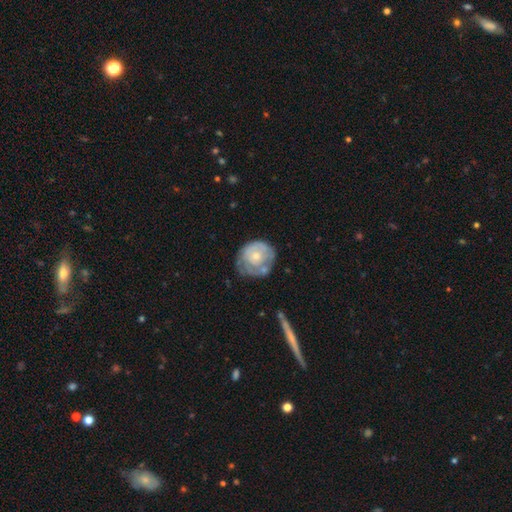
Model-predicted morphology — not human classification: This appears to be a featured or disk galaxy (55%) with no bar (87%), no spiral arms (53%) and a small central bulge (49%). Merging: none (50%).